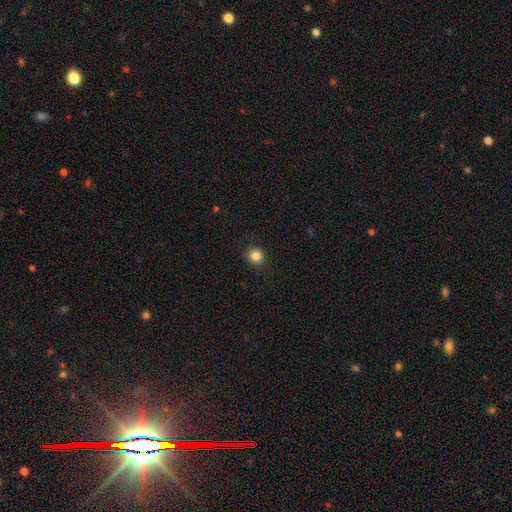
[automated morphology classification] Smooth or featured? Predicted: smooth (p=0.85). How rounded? Predicted: round (p=0.87). Merging? Predicted: none (p=0.89).